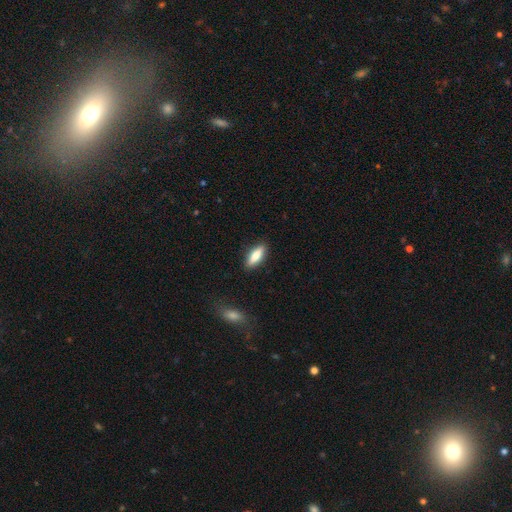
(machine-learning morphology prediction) Smooth or featured?
  - smooth: 80% *
  - featured or disk: 14%
  - star or artifact: 6%
How rounded?
  - in between: 60% *
  - cigar-shaped: 38%
  - round: 2%
Merging?
  - none: 86% *
  - minor disturbance: 10%
  - major disturbance: 2%
  - merger: 2%